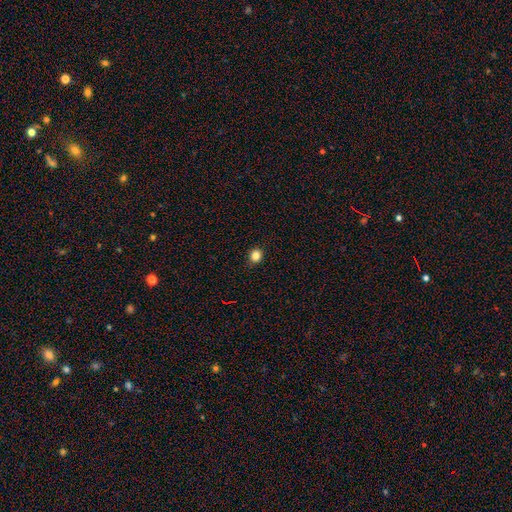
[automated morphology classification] Smooth or featured? Predicted: smooth (p=0.84). How rounded? Predicted: round (p=0.78). Merging? Predicted: none (p=0.92).